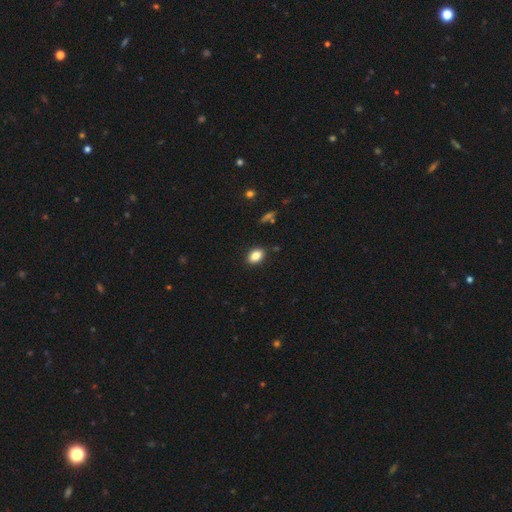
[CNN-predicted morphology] This appears to be a smooth galaxy with no disk features (85%) that is in between round and cigar-shaped (82%). Merging: none (88%).